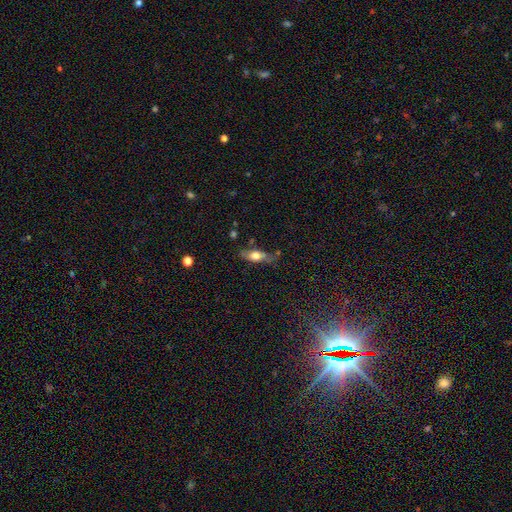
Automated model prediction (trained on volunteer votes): This is possibly a smooth galaxy (58%). How rounded: likely in between (62%). Merging: likely none (60%).